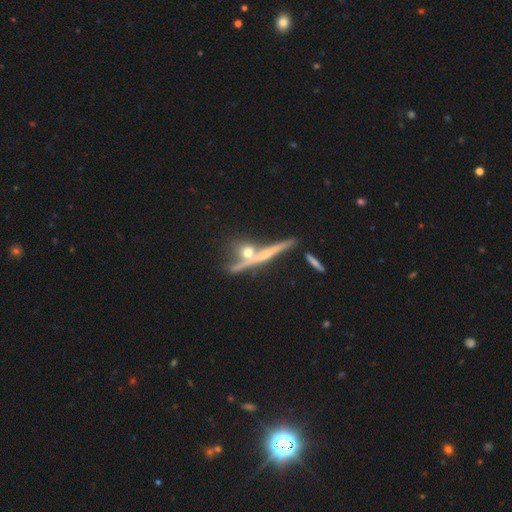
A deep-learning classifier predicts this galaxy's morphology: smooth_or_featured: featured or disk (p=0.68) [alt: smooth p=0.21]
disk_edge_on: yes (p=0.86) [alt: no p=0.14]
edge_on_bulge: rounded (p=0.61) [alt: none p=0.32]
merging: none (p=0.51) [alt: merger p=0.29]